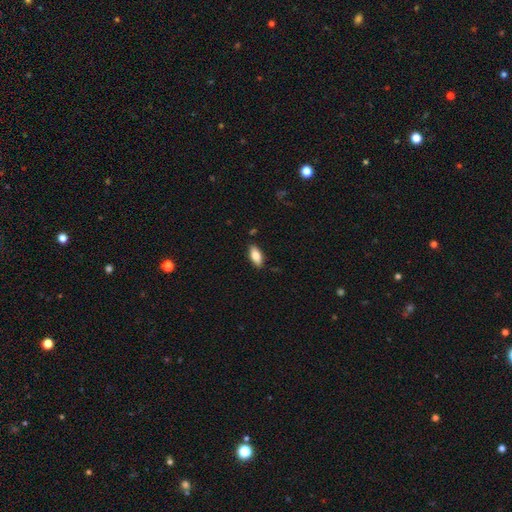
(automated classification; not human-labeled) Overall: smooth (82%). How rounded: in between (86%). Merging: none (86%).